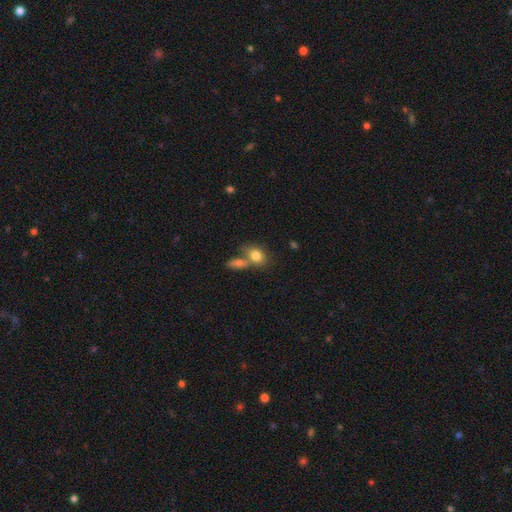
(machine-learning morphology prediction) type=smooth (79%); roundness=in between (65%); merging=merger (46%).